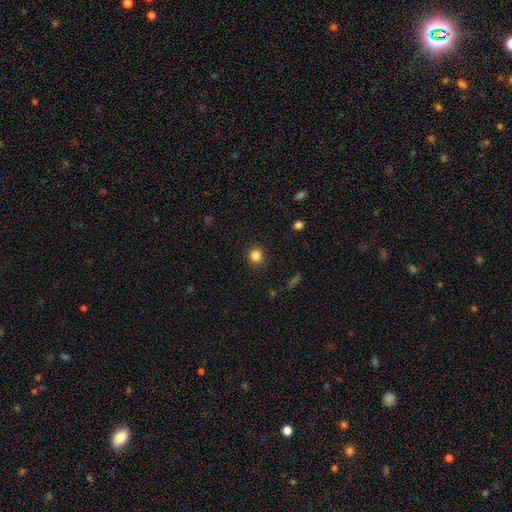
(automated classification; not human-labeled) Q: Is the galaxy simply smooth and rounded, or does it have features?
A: smooth — 84%.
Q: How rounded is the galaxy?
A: round — 89%.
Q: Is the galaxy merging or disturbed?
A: none — 87%.